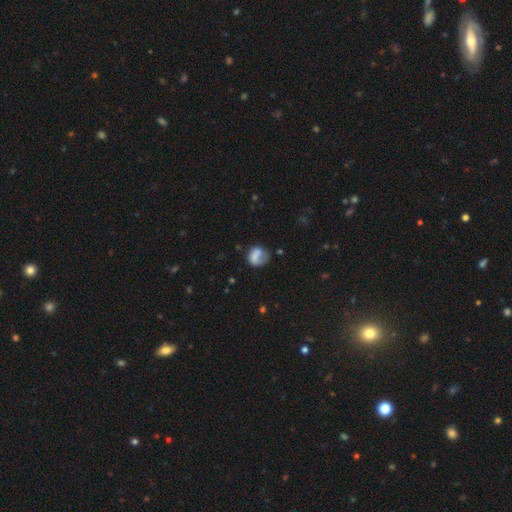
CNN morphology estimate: Smooth or featured?
  - smooth: 65% *
  - featured or disk: 26%
  - star or artifact: 10%
How rounded?
  - round: 63% *
  - in between: 36%
  - cigar-shaped: 1%
Merging?
  - none: 45% *
  - major disturbance: 26%
  - minor disturbance: 25%
  - merger: 5%